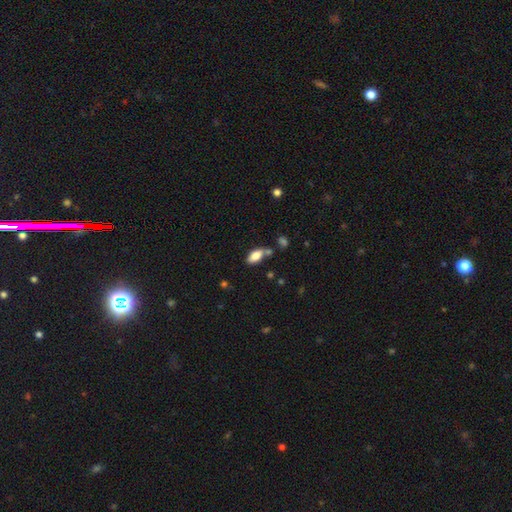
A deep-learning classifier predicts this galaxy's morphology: smooth_or_featured: smooth (p=0.80) [alt: featured or disk p=0.12]
how_rounded: in between (p=0.89) [alt: cigar-shaped p=0.08]
merging: none (p=0.65) [alt: minor disturbance p=0.16]